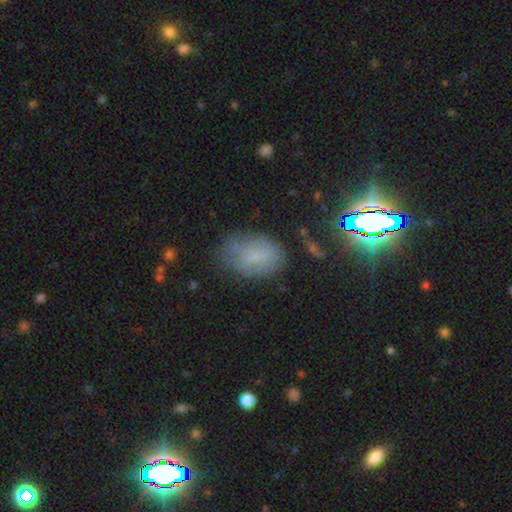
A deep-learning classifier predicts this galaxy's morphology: Smooth or featured?
  - smooth: 58% *
  - featured or disk: 22%
  - star or artifact: 20%
How rounded?
  - in between: 85% *
  - round: 13%
  - cigar-shaped: 2%
Merging?
  - none: 63% *
  - minor disturbance: 24%
  - major disturbance: 10%
  - merger: 2%